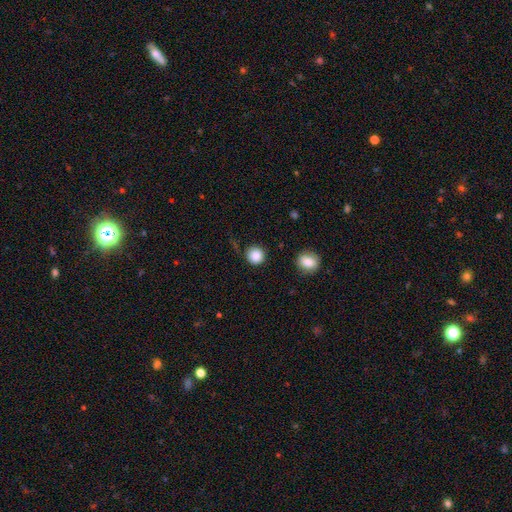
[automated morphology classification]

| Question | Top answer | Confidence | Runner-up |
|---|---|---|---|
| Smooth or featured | smooth | 87% | star or artifact (10%) |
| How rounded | round | 94% | in between (5%) |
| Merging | none | 86% | minor disturbance (9%) |